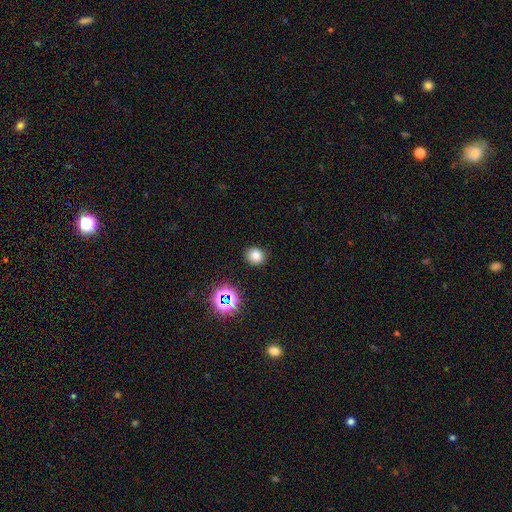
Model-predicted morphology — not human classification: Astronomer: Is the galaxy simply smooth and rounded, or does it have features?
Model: smooth — 77%.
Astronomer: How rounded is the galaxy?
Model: round — 82%.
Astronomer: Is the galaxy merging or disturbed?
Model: none — 90%.